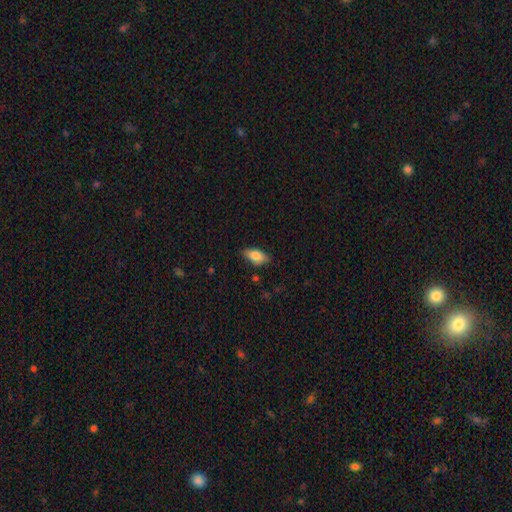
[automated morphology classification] A smooth galaxy with no disk features (81%) that is in between round and cigar-shaped (89%). Merging: none (79%).